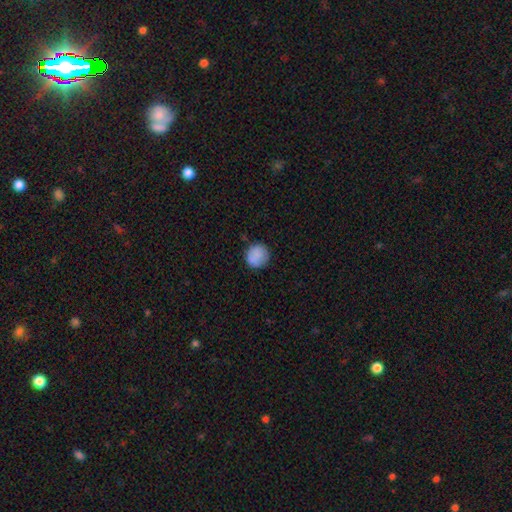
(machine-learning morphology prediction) Q: Smooth or featured?
A: smooth (85%); runner-up: star or artifact (8%)
Q: How rounded?
A: round (90%); runner-up: in between (9%)
Q: Merging?
A: none (82%); runner-up: minor disturbance (13%)